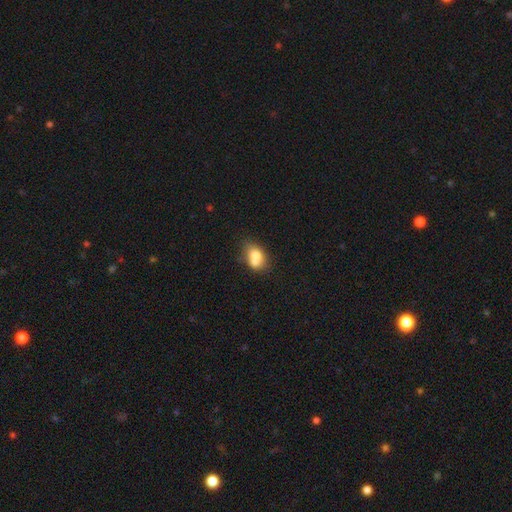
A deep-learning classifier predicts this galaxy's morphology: A smooth galaxy with no disk features (71%) that is in between round and cigar-shaped (68%). Merging: merger (50%).